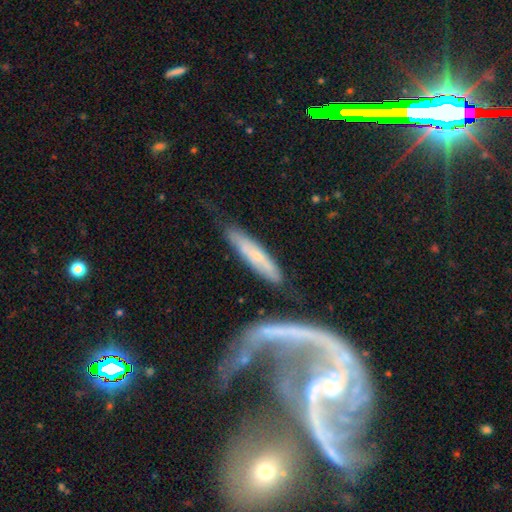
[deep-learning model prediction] Smooth or featured: smooth — 49% (featured or disk — 45%)
Merging: none — 68% (minor disturbance — 15%)